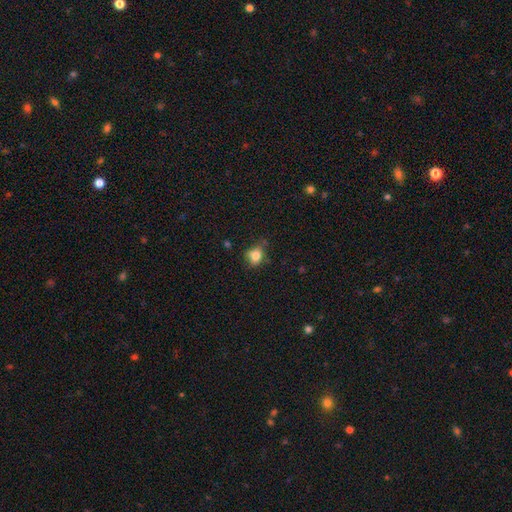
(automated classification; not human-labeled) A smooth galaxy with no disk features (78%) that is round (50%).

Vote fractions:
- Smooth or featured? smooth: 78% / star or artifact: 11% / featured or disk: 11%
- How rounded? round: 50% / in between: 48% / cigar-shaped: 2%
- Merging? none: 53% / minor disturbance: 32% / major disturbance: 11% / merger: 4%